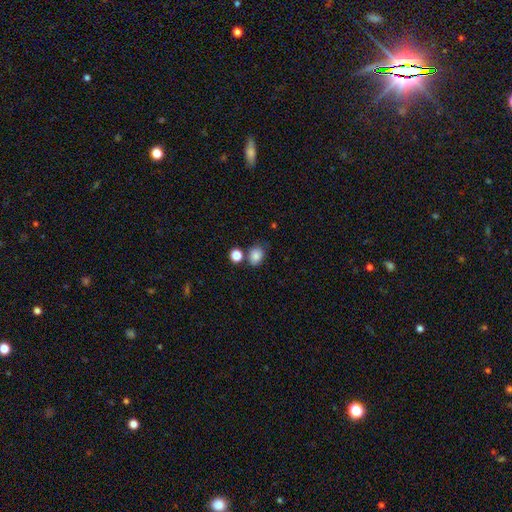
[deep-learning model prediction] smooth 84%, star or artifact 11%, featured or disk 6%. Down the decision tree: how rounded — round (52%); merging — none (67%).